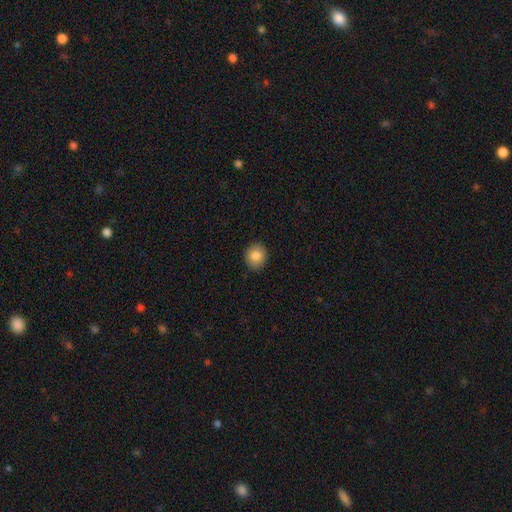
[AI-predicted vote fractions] Smooth or featured: smooth — 84% (star or artifact — 9%)
How rounded: round — 80% (in between — 20%)
Merging: none — 89% (minor disturbance — 8%)